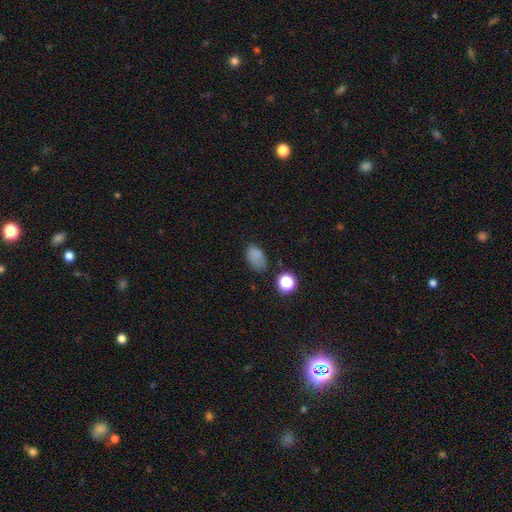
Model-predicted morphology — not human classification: The model was most divided on "merging": none: 63%, minor disturbance: 24%, major disturbance: 8%, merger: 4%. More confident: how rounded — in between (85%); smooth or featured — smooth (78%).